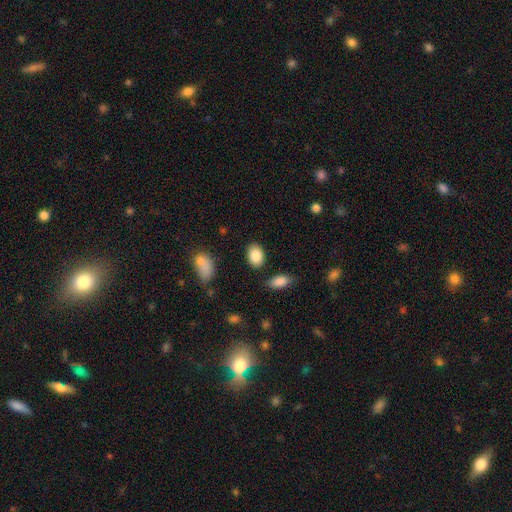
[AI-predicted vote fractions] This is clearly a smooth galaxy (87%). How rounded: clearly in between (83%). Merging: clearly none (83%).